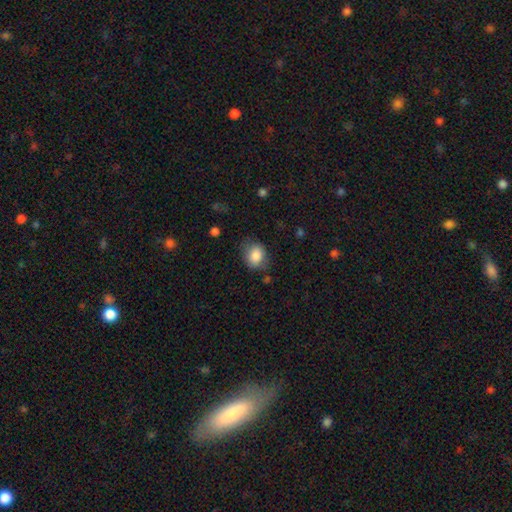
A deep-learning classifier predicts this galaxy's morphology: Smooth or featured? Predicted: smooth (p=0.85). How rounded? Predicted: round (p=0.54). Merging? Predicted: none (p=0.69).